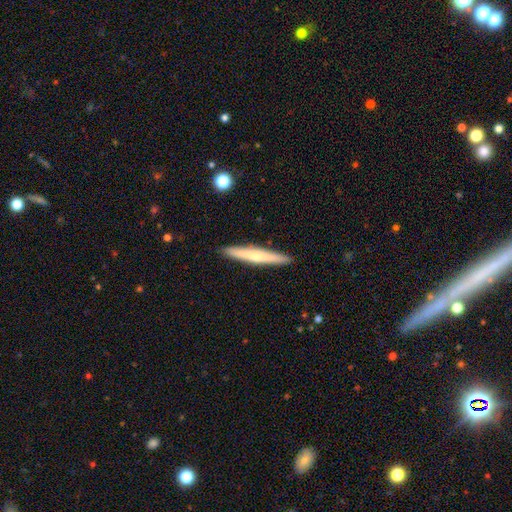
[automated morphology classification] This is possibly a smooth galaxy (52%). How rounded: clearly cigar-shaped (96%). Merging: clearly none (92%).